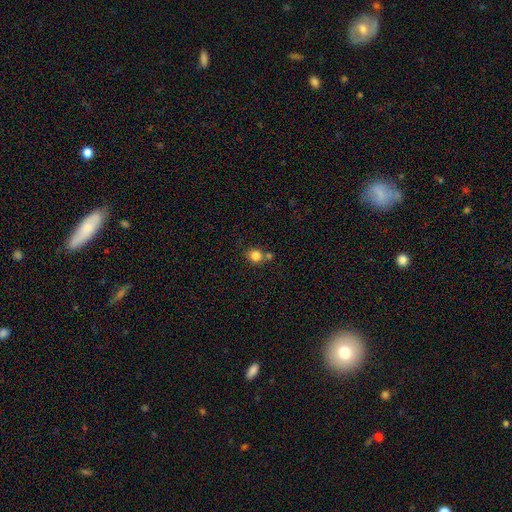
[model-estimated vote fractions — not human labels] This appears to be a smooth galaxy with no disk features (83%) that is round (81%). Merging: none (61%).